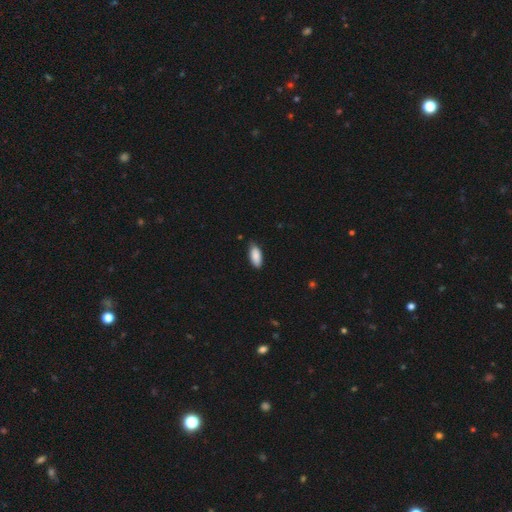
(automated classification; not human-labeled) Smooth or featured? Predicted: smooth (p=0.88). How rounded? Predicted: in between (p=0.85). Merging? Predicted: none (p=0.77).